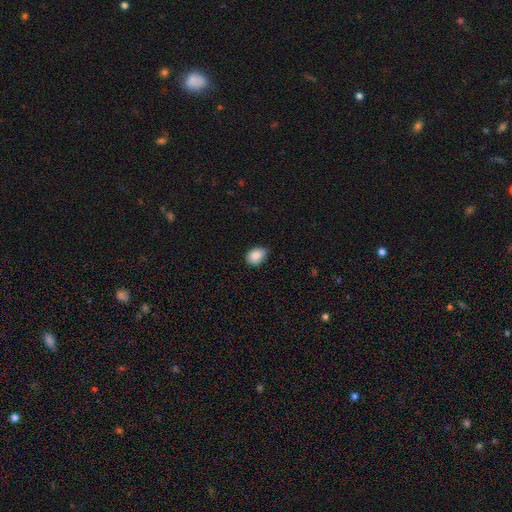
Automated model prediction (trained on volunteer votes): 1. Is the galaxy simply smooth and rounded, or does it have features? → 88% smooth, 8% star or artifact, 4% featured or disk.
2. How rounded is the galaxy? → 70% in between, 29% round, 1% cigar-shaped.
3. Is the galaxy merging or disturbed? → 73% none, 23% minor disturbance, 3% major disturbance, 1% merger.